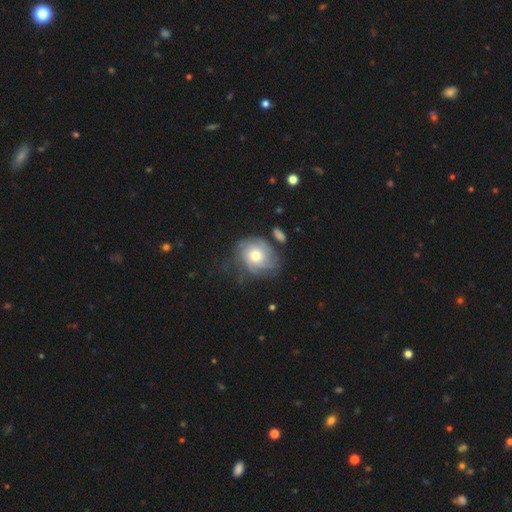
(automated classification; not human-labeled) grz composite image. It shows a featured or disk galaxy (71%) with no bar (81%), tight (60%) spiral arms (89%) and a moderate central bulge (69%). Merging: none (63%).